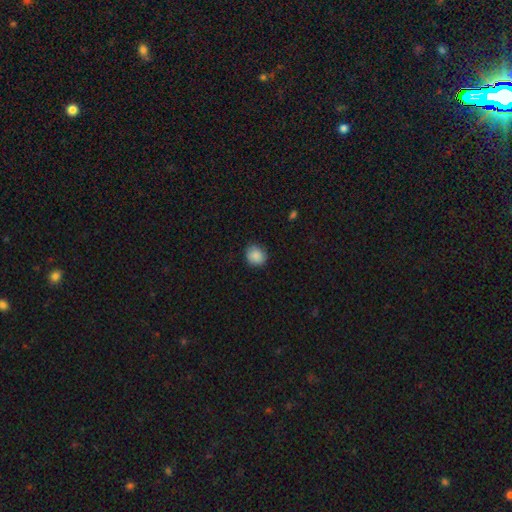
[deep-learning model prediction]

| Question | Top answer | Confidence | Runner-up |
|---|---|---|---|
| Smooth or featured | smooth | 88% | star or artifact (8%) |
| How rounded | round | 79% | in between (20%) |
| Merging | none | 83% | minor disturbance (13%) |